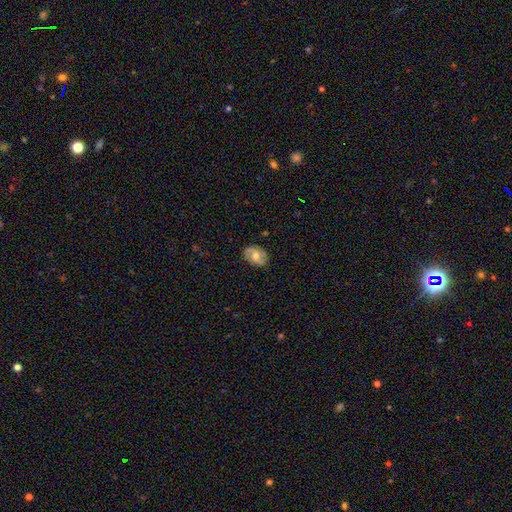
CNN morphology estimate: Smooth or featured?
  - featured or disk: 50% *
  - smooth: 43%
  - star or artifact: 8%
Merging?
  - none: 78% *
  - minor disturbance: 17%
  - major disturbance: 4%
  - merger: 1%